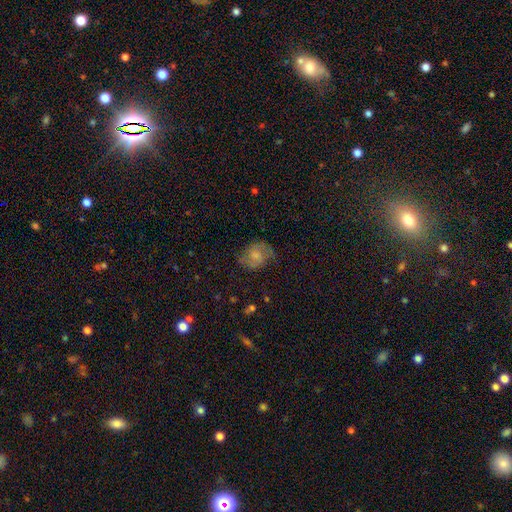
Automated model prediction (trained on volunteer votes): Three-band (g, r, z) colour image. It shows a smooth galaxy with no disk features (46%). Merging: none (61%).